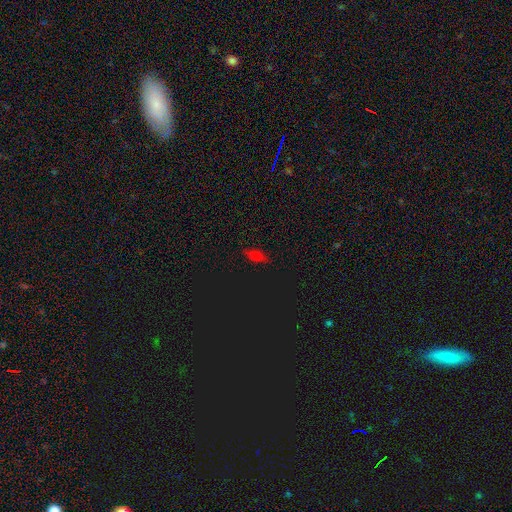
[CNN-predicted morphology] Smooth or featured: smooth — 59% (star or artifact — 28%)
How rounded: in between — 77% (cigar-shaped — 17%)
Merging: none — 82% (minor disturbance — 13%)